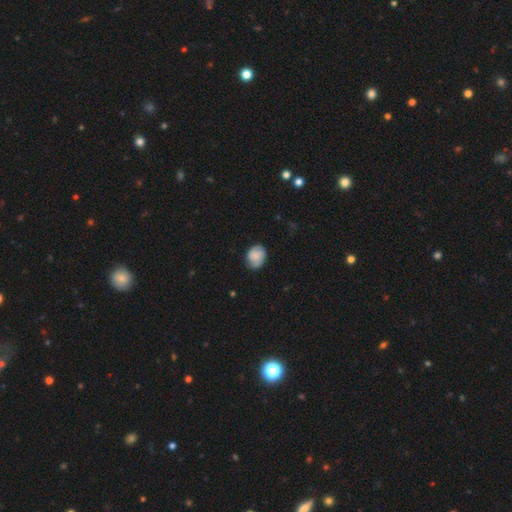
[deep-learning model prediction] Morphology: type=smooth (78%); roundness=in between (50%); merging=none (68%).